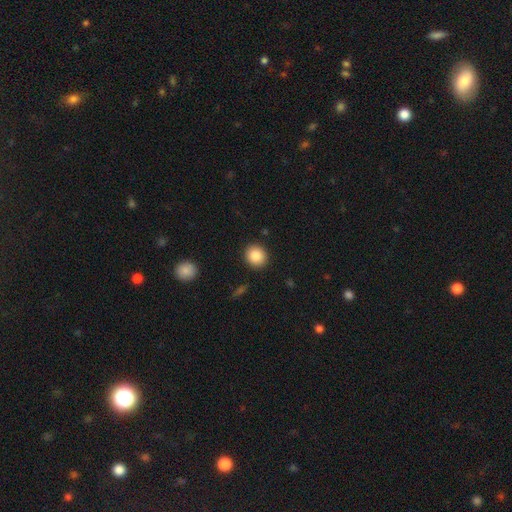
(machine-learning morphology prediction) Smooth or featured?
  - smooth: 86% *
  - star or artifact: 8%
  - featured or disk: 6%
How rounded?
  - round: 86% *
  - in between: 13%
  - cigar-shaped: 1%
Merging?
  - none: 91% *
  - minor disturbance: 6%
  - major disturbance: 2%
  - merger: 1%